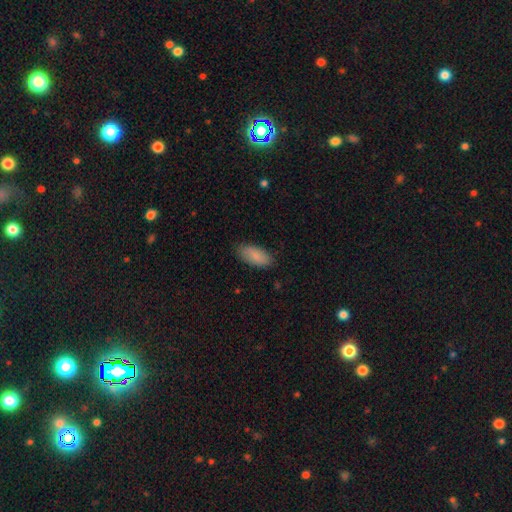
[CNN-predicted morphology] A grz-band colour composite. It shows a smooth galaxy with no disk features (87%) that is in between round and cigar-shaped (89%). Merging: none (83%).